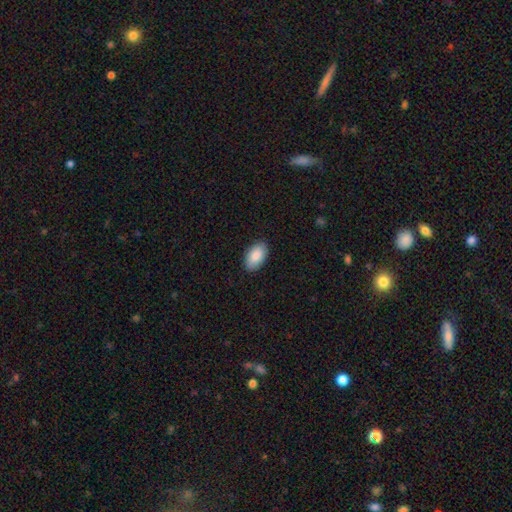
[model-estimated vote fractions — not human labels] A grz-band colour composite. It shows a smooth galaxy with no disk features (87%) that is in between round and cigar-shaped (94%). Merging: none (86%).